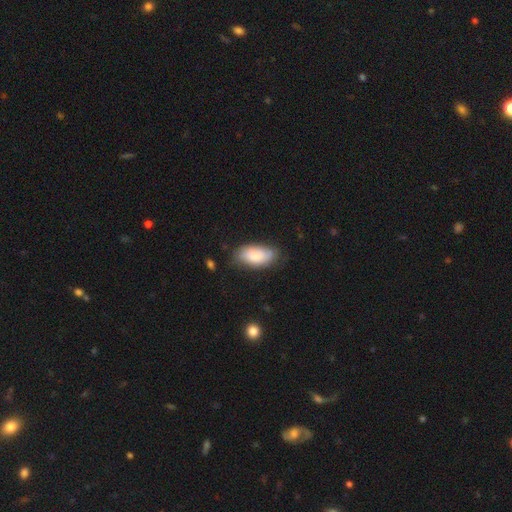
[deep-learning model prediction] This is clearly a smooth galaxy (80%). How rounded: clearly in between (92%). Merging: likely none (70%).